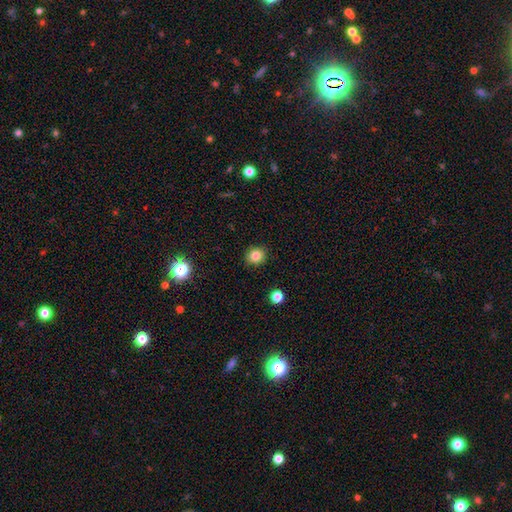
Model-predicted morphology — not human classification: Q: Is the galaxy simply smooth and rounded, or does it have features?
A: smooth — 82%.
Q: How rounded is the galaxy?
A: round — 86%.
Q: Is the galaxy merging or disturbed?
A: none — 90%.